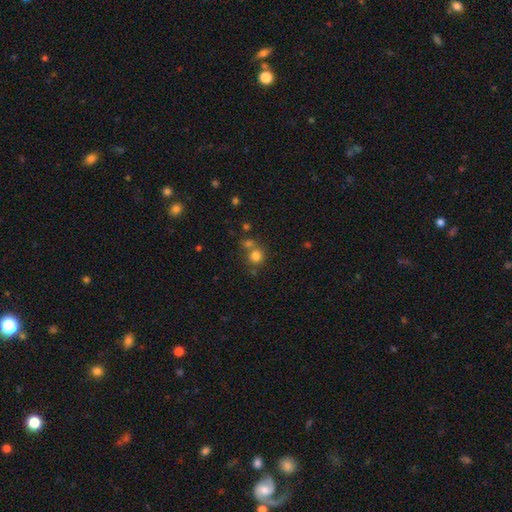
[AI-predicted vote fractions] Smooth or featured? Predicted: smooth (p=0.77). How rounded? Predicted: round (p=0.88). Merging? Predicted: none (p=0.57).